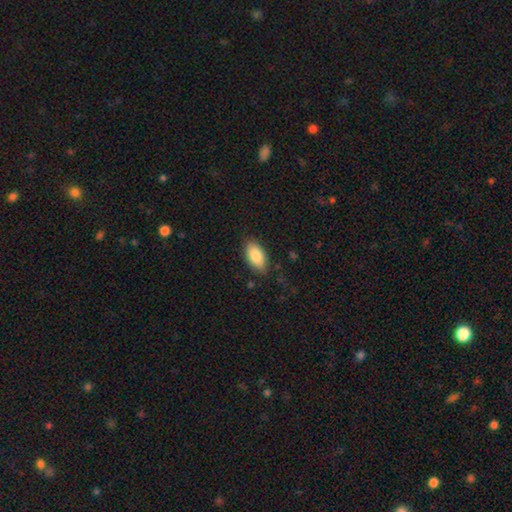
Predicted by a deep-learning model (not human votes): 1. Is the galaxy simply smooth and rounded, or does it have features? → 86% smooth, 8% featured or disk, 6% star or artifact.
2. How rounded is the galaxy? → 93% in between, 4% cigar-shaped, 3% round.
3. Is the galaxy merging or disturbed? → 82% none, 13% minor disturbance, 3% major disturbance, 1% merger.